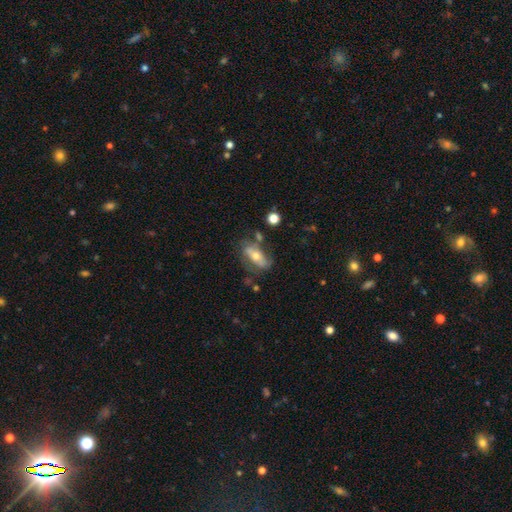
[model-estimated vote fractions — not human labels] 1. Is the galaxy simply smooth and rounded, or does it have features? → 50% featured or disk, 42% smooth, 8% star or artifact.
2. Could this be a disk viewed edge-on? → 79% no, 21% yes.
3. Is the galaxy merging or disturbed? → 57% none, 23% minor disturbance, 12% major disturbance, 8% merger.